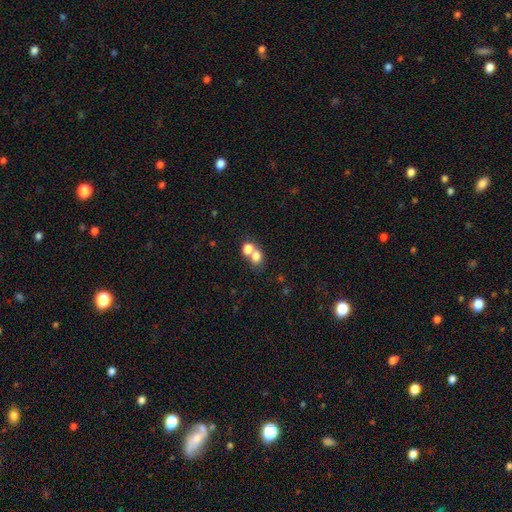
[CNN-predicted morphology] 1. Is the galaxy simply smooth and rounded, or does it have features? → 75% smooth, 14% featured or disk, 12% star or artifact.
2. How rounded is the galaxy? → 56% round, 43% in between, 1% cigar-shaped.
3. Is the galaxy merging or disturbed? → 60% merger, 30% none, 6% minor disturbance, 4% major disturbance.